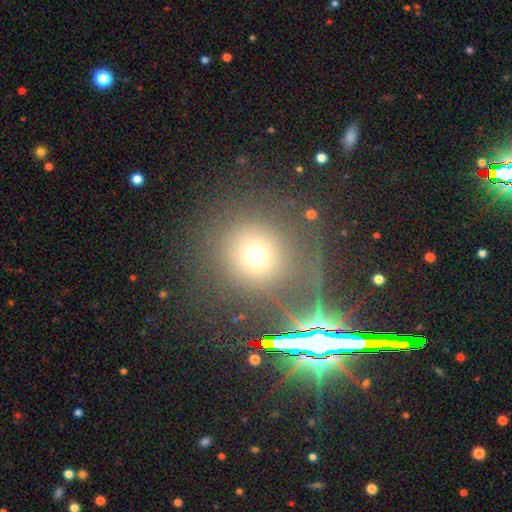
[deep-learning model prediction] A smooth galaxy with no disk features (61%) that is round (91%). Merging: none (77%).